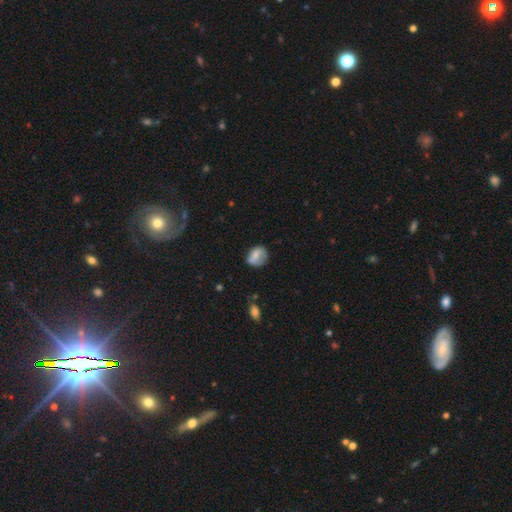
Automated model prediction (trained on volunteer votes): Morphology: type=smooth (69%); roundness=round (55%); merging=none (57%).